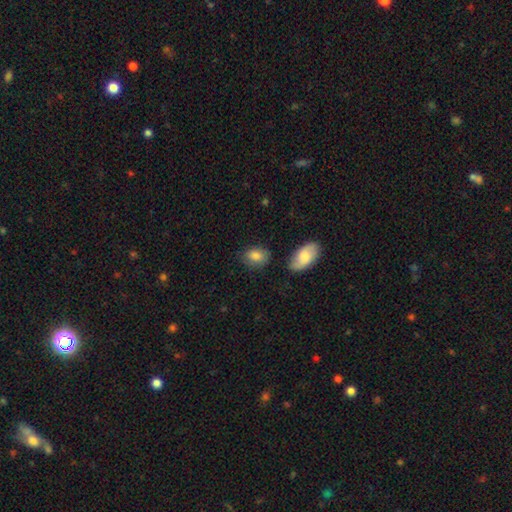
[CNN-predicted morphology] smooth 83%, featured or disk 10%, star or artifact 7%. Down the decision tree: how rounded — in between (77%); merging — none (73%).